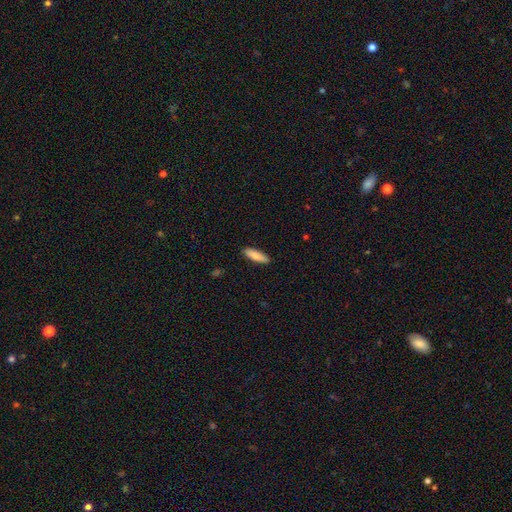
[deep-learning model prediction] smooth-or-featured: smooth: 80% | featured or disk: 14% | star or artifact: 6%
  how-rounded: cigar-shaped: 56% | in between: 43% | round: 2%
  merging: none: 89% | minor disturbance: 8% | major disturbance: 2% | merger: 1%